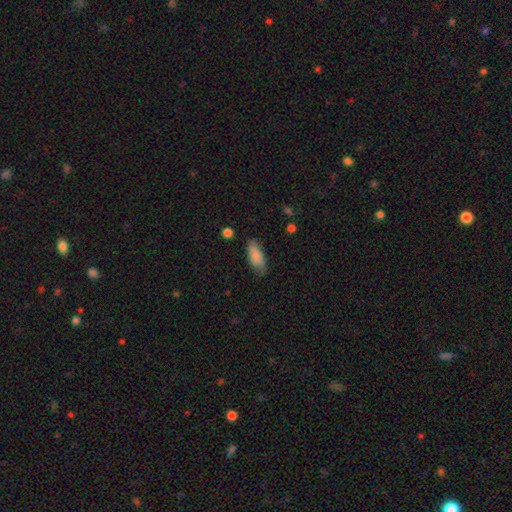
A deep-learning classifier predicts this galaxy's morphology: Q: Smooth or featured?
A: smooth (86%); runner-up: featured or disk (8%)
Q: How rounded?
A: in between (81%); runner-up: cigar-shaped (17%)
Q: Merging?
A: none (74%); runner-up: minor disturbance (20%)